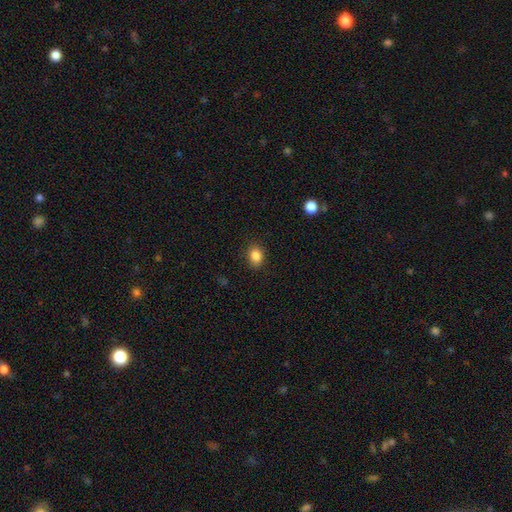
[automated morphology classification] Smooth or featured? smooth (86%)
How rounded? in between (57%)
Merging? none (86%)